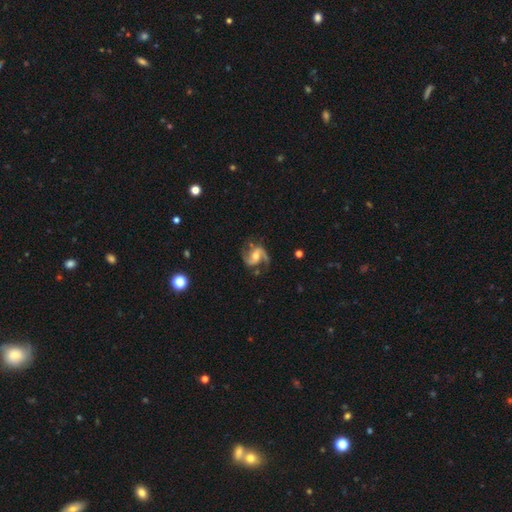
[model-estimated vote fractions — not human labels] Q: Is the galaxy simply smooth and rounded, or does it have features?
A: featured or disk — 89%.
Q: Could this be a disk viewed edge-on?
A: no — 98%.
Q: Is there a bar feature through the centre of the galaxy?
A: weak — 45%.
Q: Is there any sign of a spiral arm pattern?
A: yes — 97%.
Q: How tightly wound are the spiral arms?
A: medium — 52%.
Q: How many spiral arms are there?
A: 2 — 90%.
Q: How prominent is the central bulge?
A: moderate — 58%.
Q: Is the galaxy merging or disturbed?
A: none — 72%.